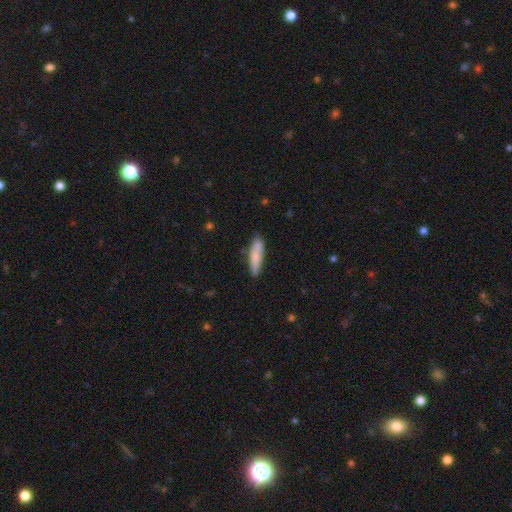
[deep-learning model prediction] Smooth or featured?
  - smooth: 73% *
  - featured or disk: 21%
  - star or artifact: 6%
How rounded?
  - cigar-shaped: 75% *
  - in between: 24%
  - round: 2%
Merging?
  - none: 77% *
  - minor disturbance: 16%
  - merger: 3%
  - major disturbance: 3%